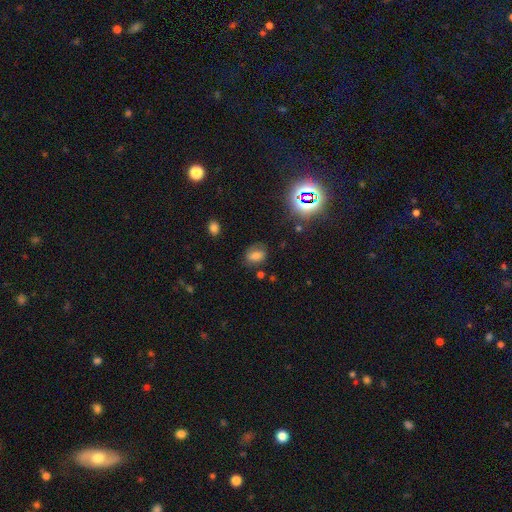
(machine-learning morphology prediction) This appears to be a smooth galaxy with no disk features (65%) that is in between round and cigar-shaped (71%). Merging: none (72%).